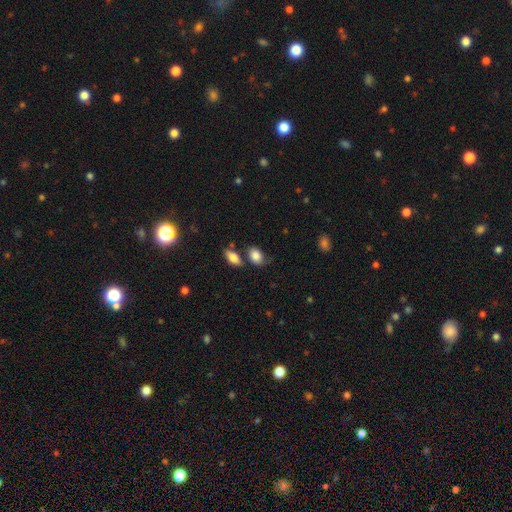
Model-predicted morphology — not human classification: This appears to be a smooth galaxy with no disk features (83%) that is in between round and cigar-shaped (77%). Merging: none (57%).